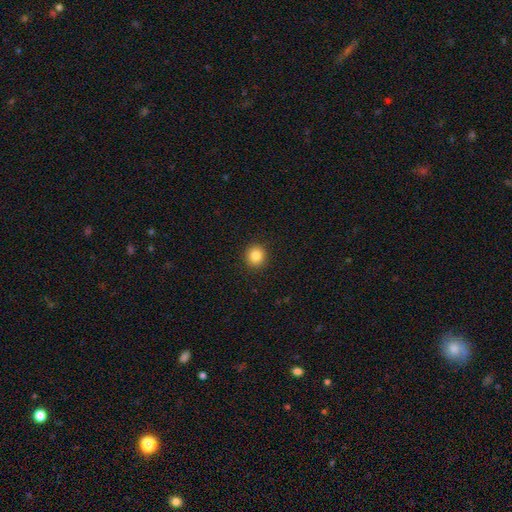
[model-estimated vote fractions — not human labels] This is clearly a smooth galaxy (85%). How rounded: clearly round (92%). Merging: clearly none (92%).